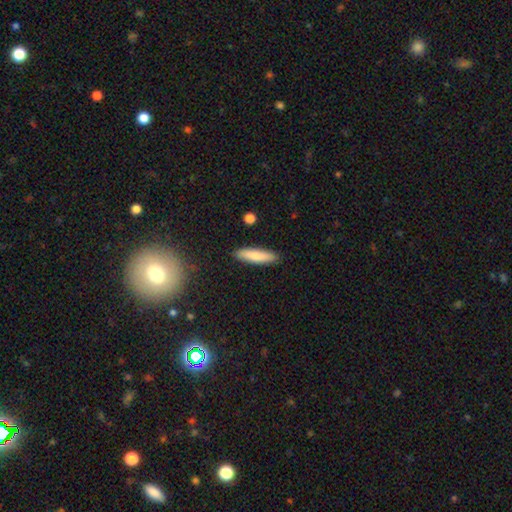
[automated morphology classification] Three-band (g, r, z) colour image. It shows a smooth galaxy with no disk features (74%) that is cigar-shaped (72%). Merging: none (89%).